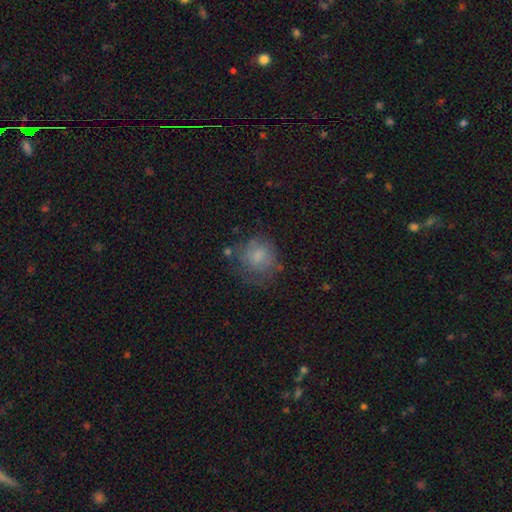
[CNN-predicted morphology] This appears to be a smooth galaxy with no disk features (67%) that is round (77%). Merging: none (55%).